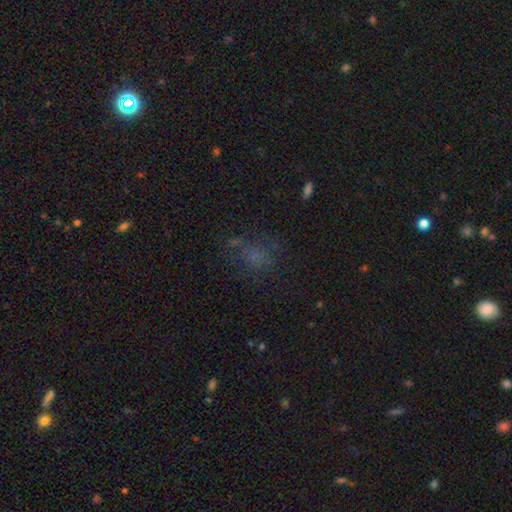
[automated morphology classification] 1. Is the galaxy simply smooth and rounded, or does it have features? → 52% smooth, 30% star or artifact, 18% featured or disk.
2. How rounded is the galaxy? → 50% round, 47% in between, 3% cigar-shaped.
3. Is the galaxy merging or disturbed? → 52% none, 23% major disturbance, 20% minor disturbance, 5% merger.